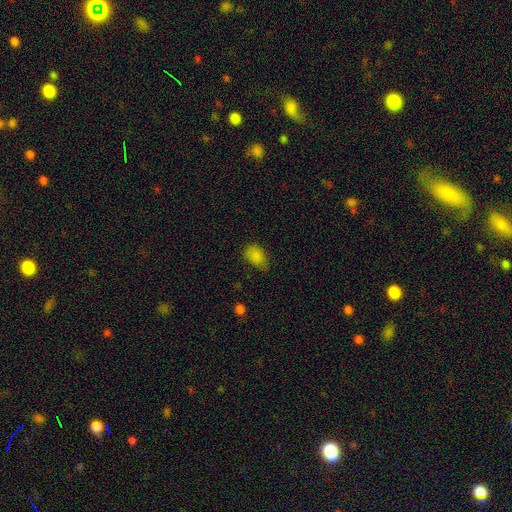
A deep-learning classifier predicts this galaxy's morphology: This appears to be a smooth galaxy with no disk features (84%) that is in between round and cigar-shaped (87%). Merging: none (56%).